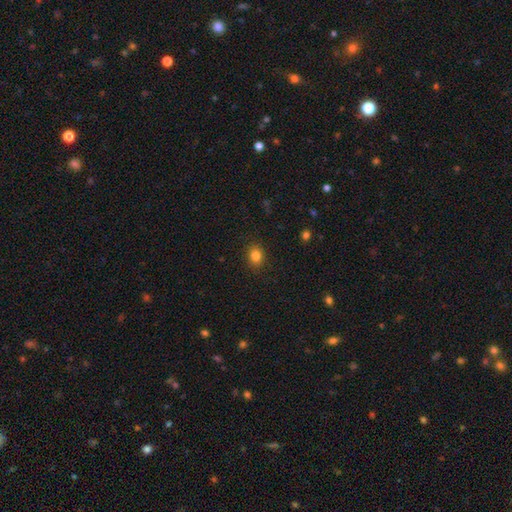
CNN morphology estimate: type=smooth (84%); roundness=round (53%); merging=none (88%).